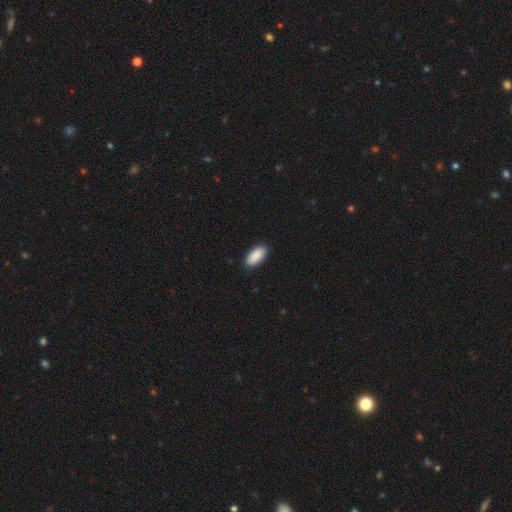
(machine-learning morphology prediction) smooth_or_featured: smooth (p=0.91) [alt: star or artifact p=0.06]
how_rounded: in between (p=0.93) [alt: cigar-shaped p=0.05]
merging: none (p=0.89) [alt: minor disturbance p=0.08]